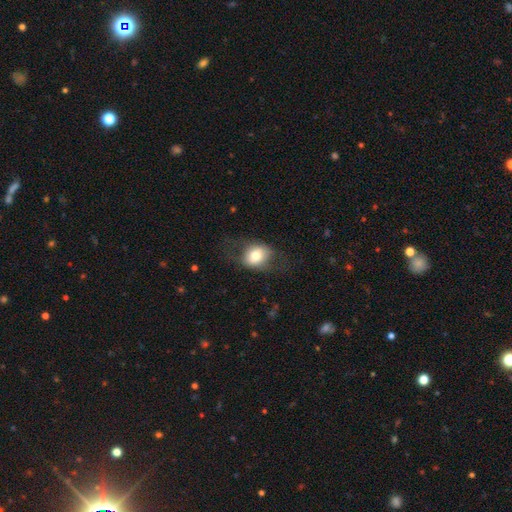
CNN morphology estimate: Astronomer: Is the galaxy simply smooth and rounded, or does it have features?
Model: smooth — 67%.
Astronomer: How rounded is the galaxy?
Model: in between — 54% (runner-up: round, 45%).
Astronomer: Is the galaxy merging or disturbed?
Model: none — 61%.